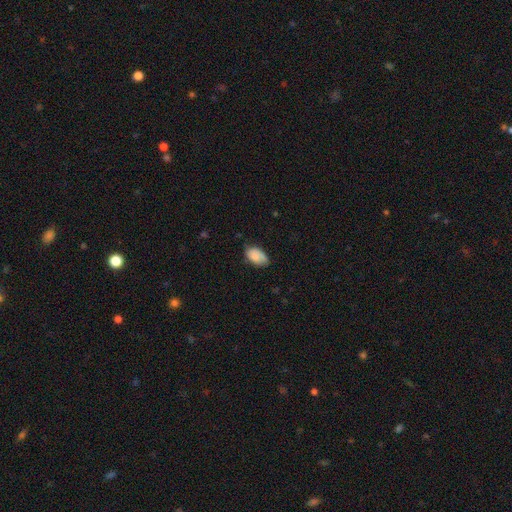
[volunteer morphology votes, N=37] This appears to be a smooth galaxy with no disk features (86%) that is in between round and cigar-shaped (94%). Merging: none (49%).